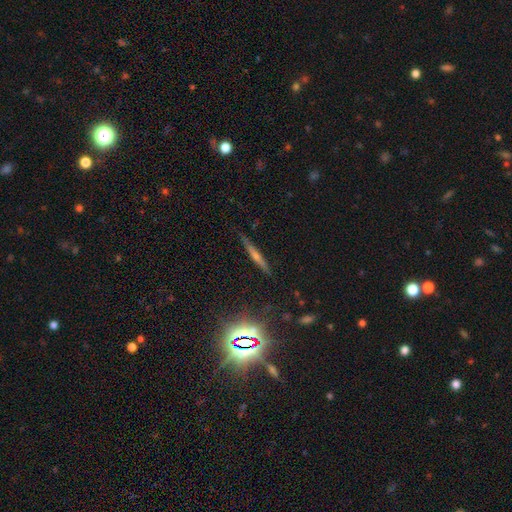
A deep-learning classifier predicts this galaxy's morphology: A featured or disk galaxy (50%). Merging: none (85%).